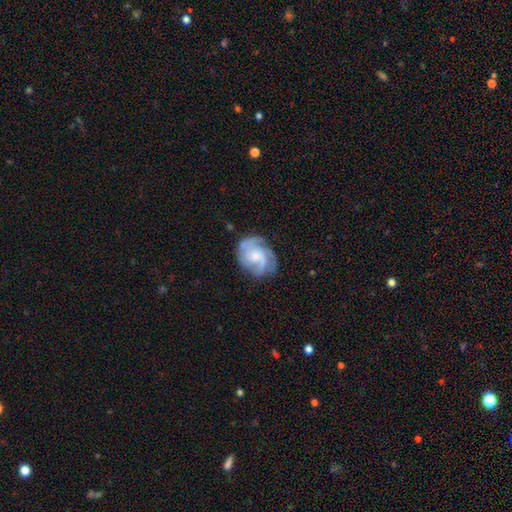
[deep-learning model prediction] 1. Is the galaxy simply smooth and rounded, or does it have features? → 81% featured or disk, 13% smooth, 6% star or artifact.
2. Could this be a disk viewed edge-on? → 98% no, 2% yes.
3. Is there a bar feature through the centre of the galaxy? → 66% no, 29% weak, 5% strong.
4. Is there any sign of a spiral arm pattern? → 94% yes, 6% no.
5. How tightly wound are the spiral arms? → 45% medium, 42% tight, 13% loose.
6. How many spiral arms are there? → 39% 3, 27% 2, 18% can't tell, 7% 4, 5% 1, 4% more than 4.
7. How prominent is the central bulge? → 44% small, 39% moderate, 9% none, 6% large, 1% dominant.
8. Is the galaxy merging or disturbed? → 68% none, 20% minor disturbance, 10% major disturbance, 2% merger.